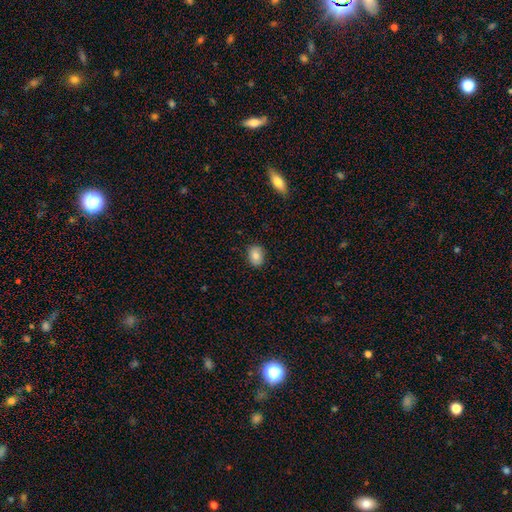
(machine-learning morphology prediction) smooth-or-featured: smooth: 83% | featured or disk: 9% | star or artifact: 8%
  how-rounded: in between: 61% | round: 38% | cigar-shaped: 1%
  merging: none: 86% | minor disturbance: 11% | major disturbance: 2% | merger: 1%